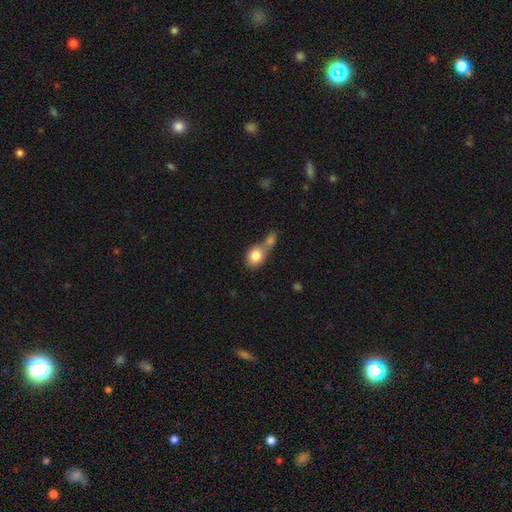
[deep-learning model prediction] A smooth galaxy with no disk features (81%) that is round (52%). Merging: merger (59%).